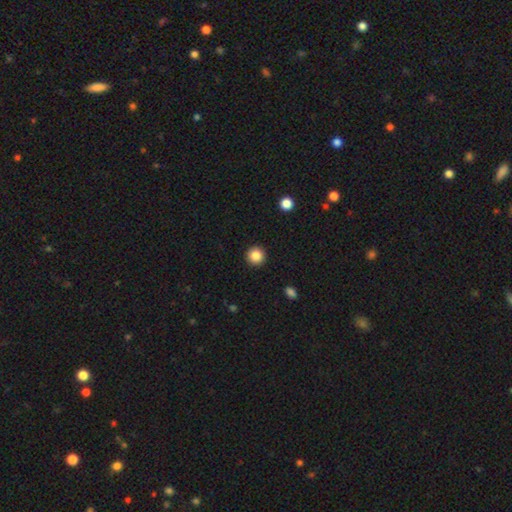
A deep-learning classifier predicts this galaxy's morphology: Smooth or featured? Predicted: smooth (p=0.86). How rounded? Predicted: round (p=0.96). Merging? Predicted: none (p=0.93).